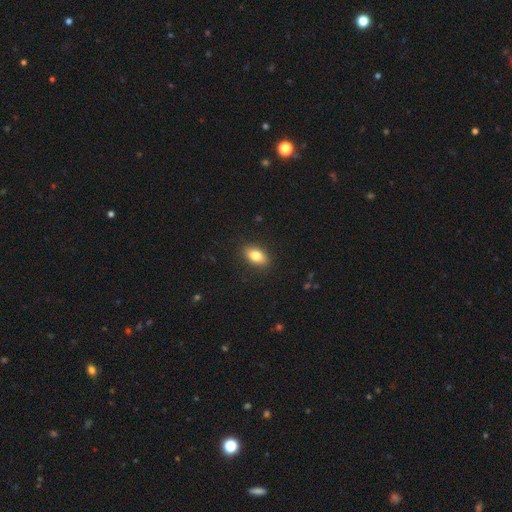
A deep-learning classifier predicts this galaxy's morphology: This appears to be a smooth galaxy with no disk features (81%) that is in between round and cigar-shaped (88%). Merging: none (88%).